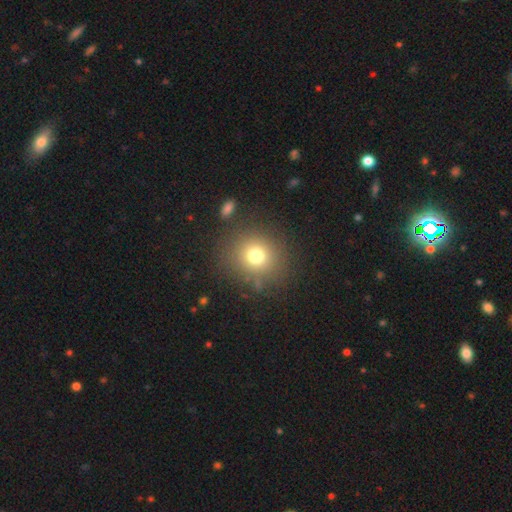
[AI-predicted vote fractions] The model was most divided on "smooth or featured": smooth: 74%, star or artifact: 15%, featured or disk: 11%. More confident: how rounded — round (86%); merging — none (83%).